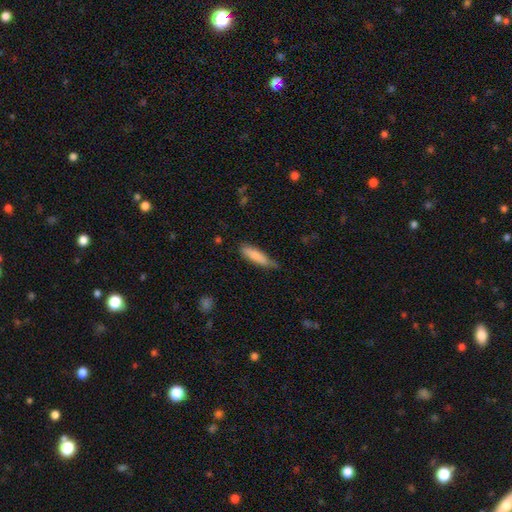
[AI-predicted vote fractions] Smooth or featured?
  - smooth: 82% *
  - featured or disk: 12%
  - star or artifact: 6%
How rounded?
  - cigar-shaped: 69% *
  - in between: 29%
  - round: 1%
Merging?
  - none: 60% *
  - minor disturbance: 32%
  - major disturbance: 5%
  - merger: 2%